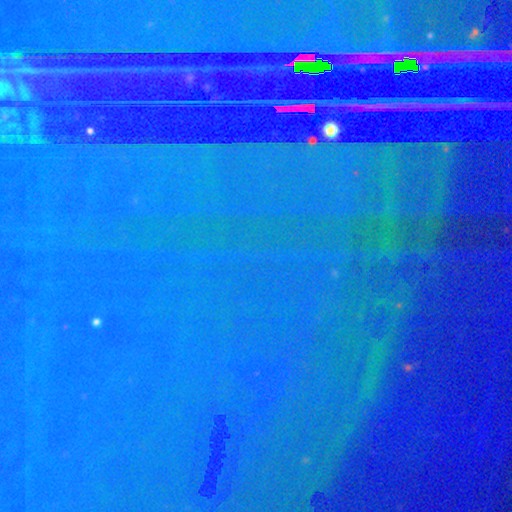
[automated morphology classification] Smooth or featured?
  - star or artifact: 86% *
  - smooth: 7%
  - featured or disk: 7%